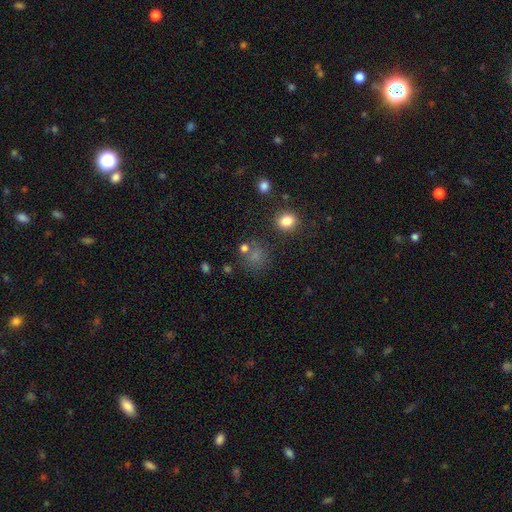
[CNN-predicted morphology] A smooth galaxy with no disk features (68%) that is round (82%). Merging: none (69%).